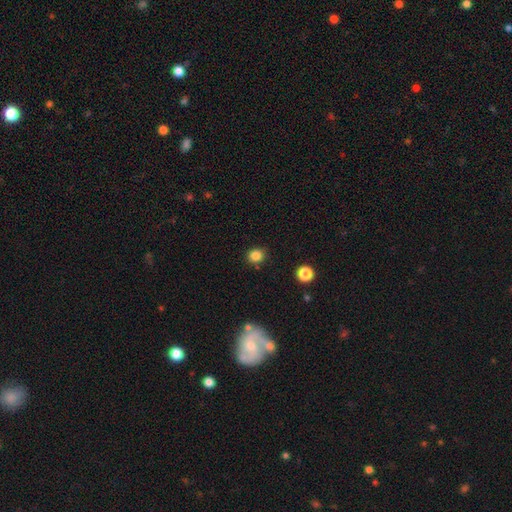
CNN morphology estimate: smooth_or_featured: smooth (p=0.84) [alt: star or artifact p=0.12]
how_rounded: round (p=0.81) [alt: in between p=0.18]
merging: none (p=0.86) [alt: minor disturbance p=0.09]